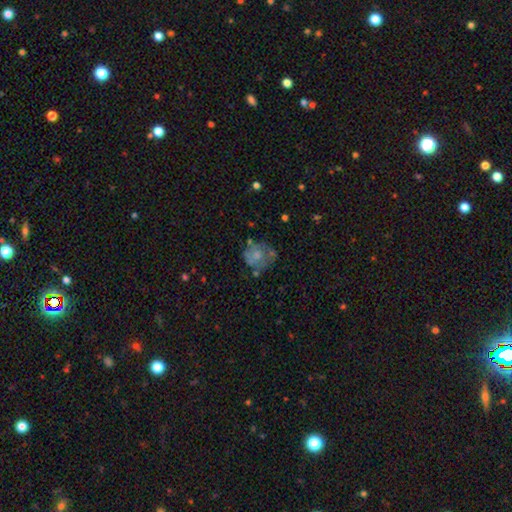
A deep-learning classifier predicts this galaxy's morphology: A featured or disk galaxy (47%).

Vote fractions:
- Smooth or featured? featured or disk: 47% / smooth: 45% / star or artifact: 8%
- Merging? none: 53% / minor disturbance: 24% / major disturbance: 16% / merger: 6%